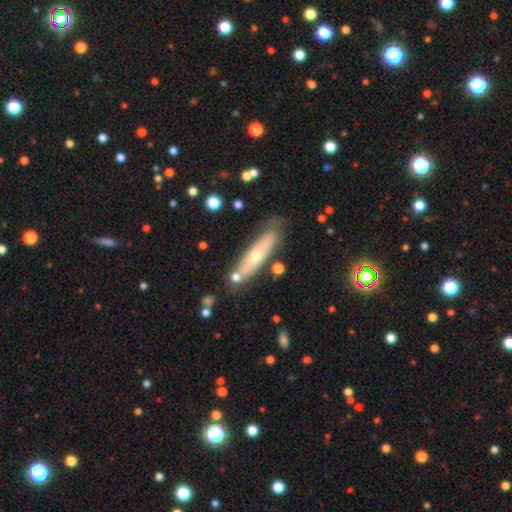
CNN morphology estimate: type=featured or disk (48%); merging=none (72%).